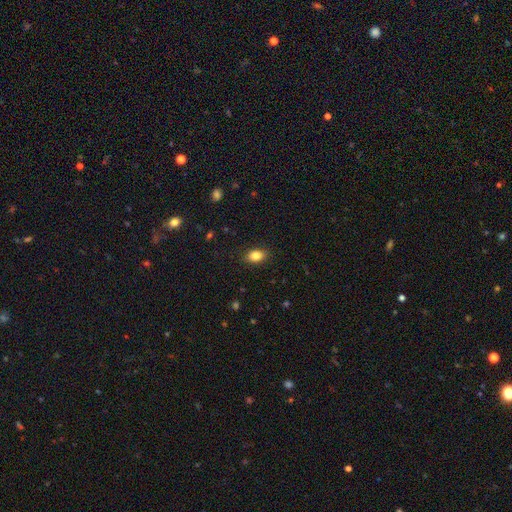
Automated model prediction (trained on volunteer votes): A smooth galaxy with no disk features (85%) that is in between round and cigar-shaped (80%). Merging: none (86%).